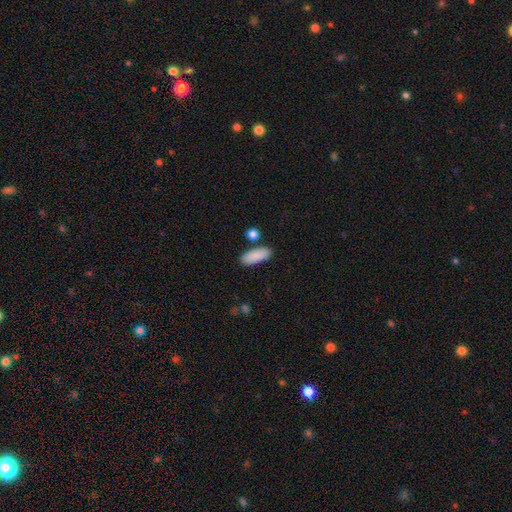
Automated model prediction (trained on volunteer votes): Smooth or featured? smooth (89%)
How rounded? in between (75%)
Merging? none (82%)